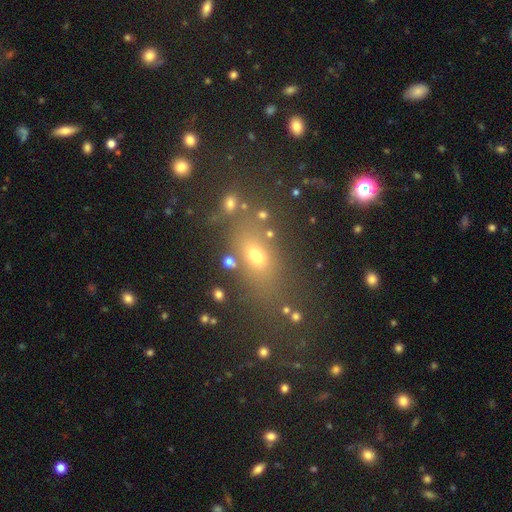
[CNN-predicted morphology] A smooth galaxy with no disk features (56%) that is in between round and cigar-shaped (62%). Merging: none (72%).